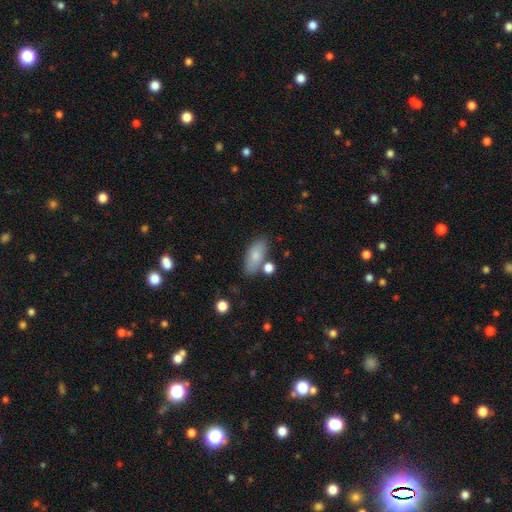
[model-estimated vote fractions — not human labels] Smooth or featured: smooth — 79% (featured or disk — 14%)
How rounded: in between — 85% (cigar-shaped — 12%)
Merging: none — 71% (minor disturbance — 15%)